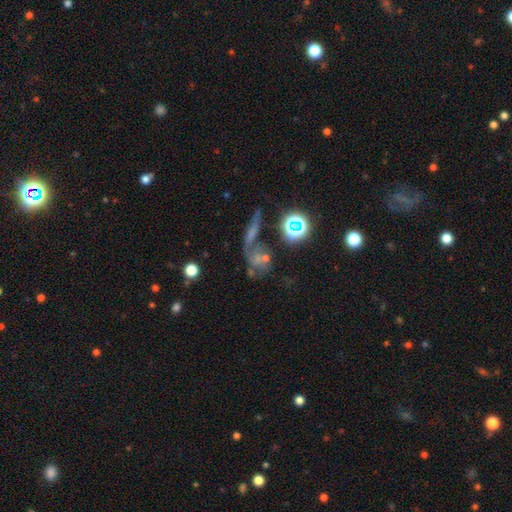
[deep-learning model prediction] Morphology: type=star or artifact (37%).